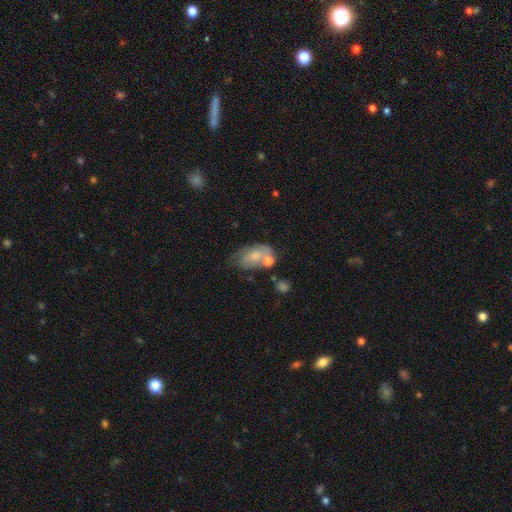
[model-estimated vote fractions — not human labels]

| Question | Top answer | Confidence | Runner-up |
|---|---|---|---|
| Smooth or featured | smooth | 57% | featured or disk (34%) |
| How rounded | in between | 88% | round (10%) |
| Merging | none | 35% | minor disturbance (28%) |